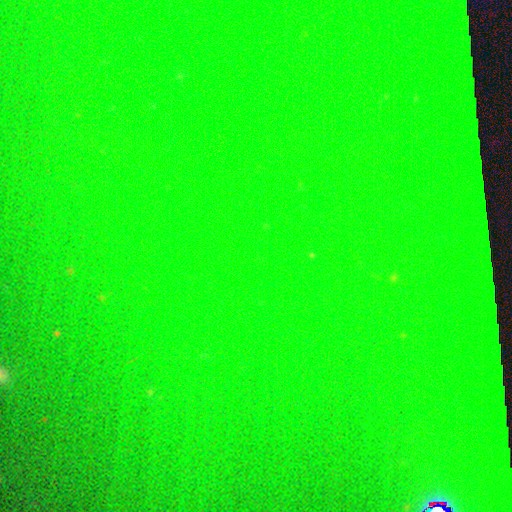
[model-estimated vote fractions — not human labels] Smooth or featured? Predicted: star or artifact (p=0.78).